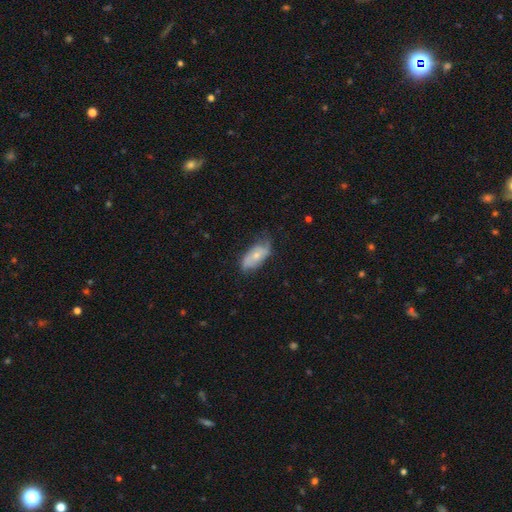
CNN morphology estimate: Overall: smooth (54%; featured or disk 39%). How rounded: in between (85%). Merging: none (61%; minor disturbance 30%).